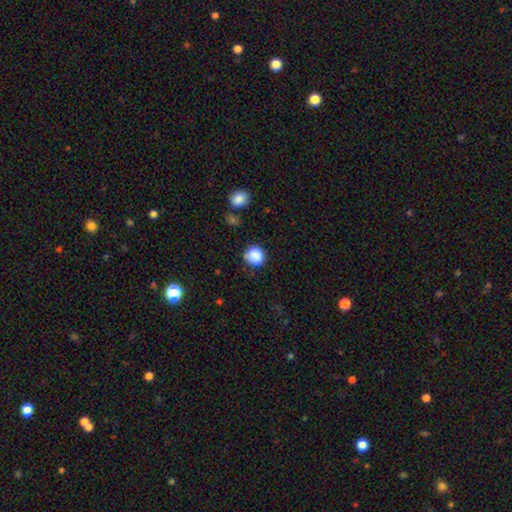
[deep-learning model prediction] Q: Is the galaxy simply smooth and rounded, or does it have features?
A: smooth — 87%.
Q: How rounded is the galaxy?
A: round — 87%.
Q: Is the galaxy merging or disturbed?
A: none — 76%.